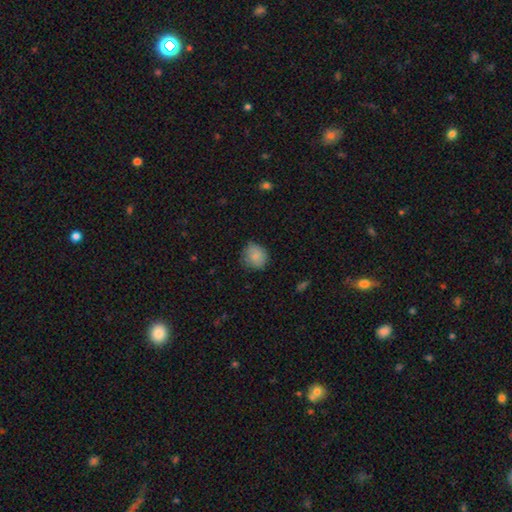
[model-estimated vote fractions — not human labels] smooth 86%, star or artifact 8%, featured or disk 6%. Down the decision tree: how rounded — round (80%); merging — none (76%).